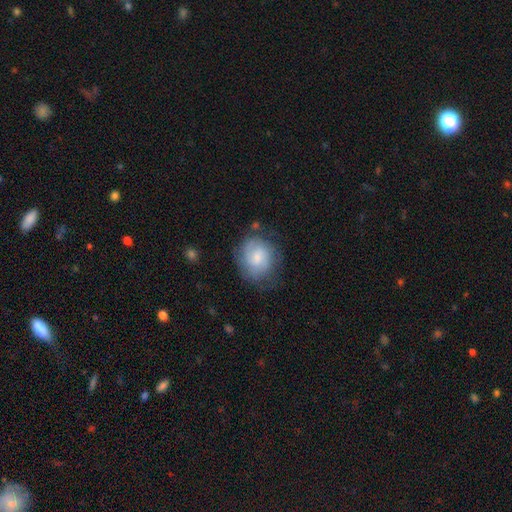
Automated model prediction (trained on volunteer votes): A smooth galaxy with no disk features (56%) that is round (64%). Merging: none (65%).